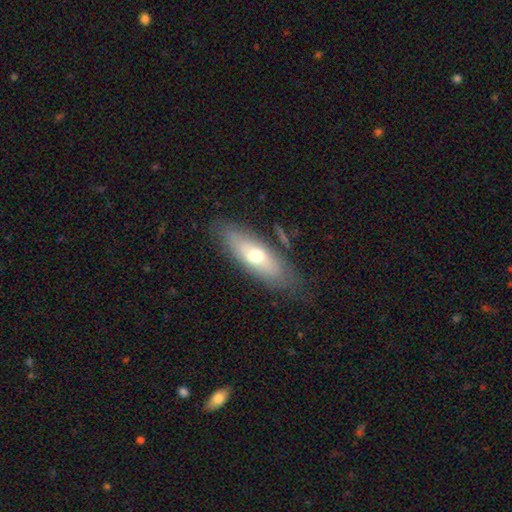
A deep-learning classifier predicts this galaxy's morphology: smooth-or-featured: smooth: 59% | featured or disk: 35% | star or artifact: 7%
  how-rounded: in between: 62% | cigar-shaped: 35% | round: 3%
  merging: none: 73% | minor disturbance: 18% | major disturbance: 6% | merger: 3%